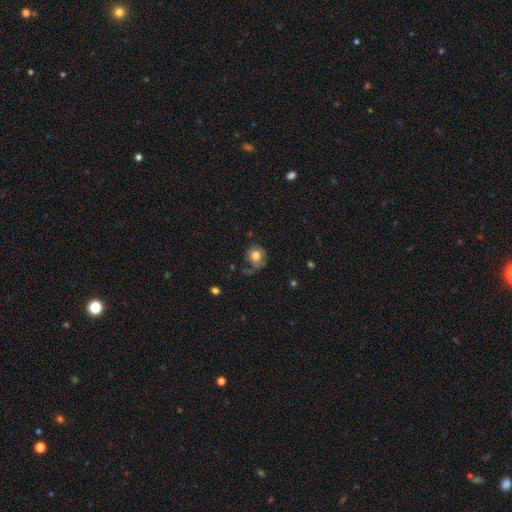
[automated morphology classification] smooth_or_featured: smooth (p=0.75) [alt: featured or disk p=0.16]
how_rounded: round (p=0.78) [alt: in between p=0.21]
merging: none (p=0.53) [alt: minor disturbance p=0.24]